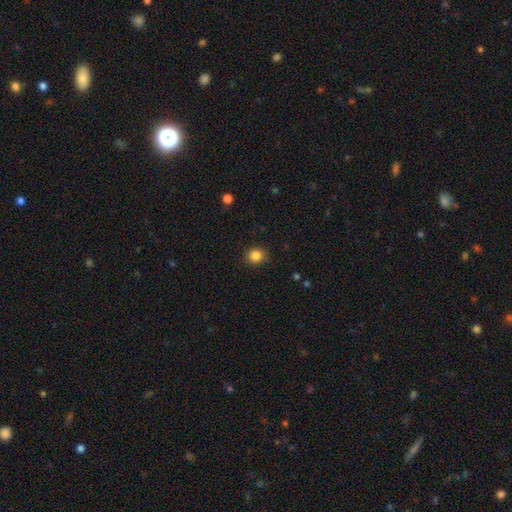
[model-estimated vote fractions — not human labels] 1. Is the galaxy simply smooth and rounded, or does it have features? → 85% smooth, 11% star or artifact, 4% featured or disk.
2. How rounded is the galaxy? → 83% round, 16% in between, 1% cigar-shaped.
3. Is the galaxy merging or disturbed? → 89% none, 8% minor disturbance, 2% major disturbance, 1% merger.